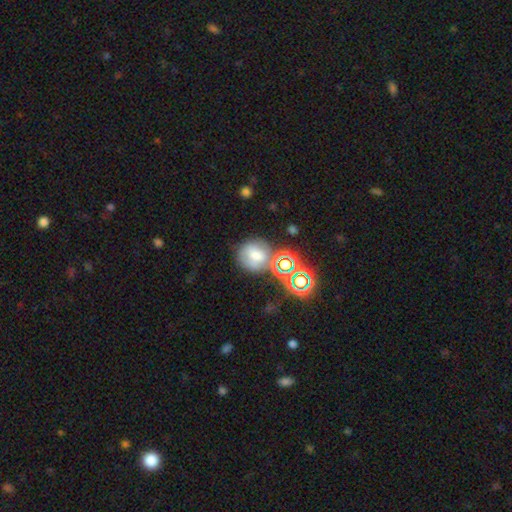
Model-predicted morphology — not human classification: Smooth or featured: smooth — 58% (star or artifact — 22%)
How rounded: round — 77% (in between — 22%)
Merging: none — 50% (merger — 23%)